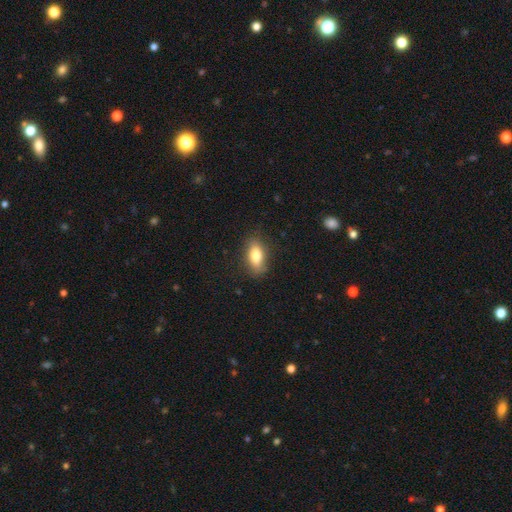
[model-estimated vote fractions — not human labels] A smooth galaxy with no disk features (77%) that is in between round and cigar-shaped (83%).

Vote fractions:
- Smooth or featured? smooth: 77% / featured or disk: 15% / star or artifact: 7%
- How rounded? in between: 83% / cigar-shaped: 11% / round: 6%
- Merging? none: 81% / minor disturbance: 14% / major disturbance: 3% / merger: 1%